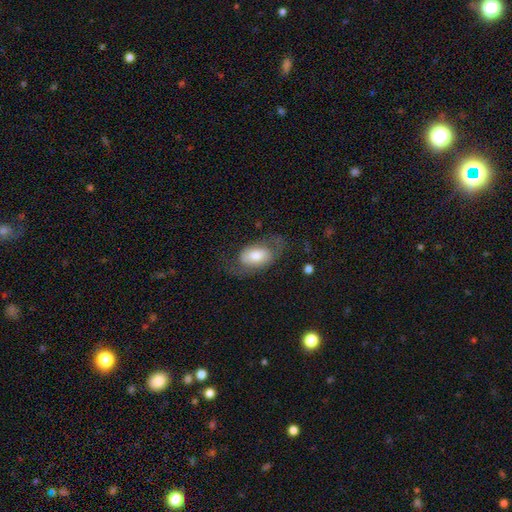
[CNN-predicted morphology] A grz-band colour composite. It shows a smooth galaxy with no disk features (48%). Merging: none (52%).